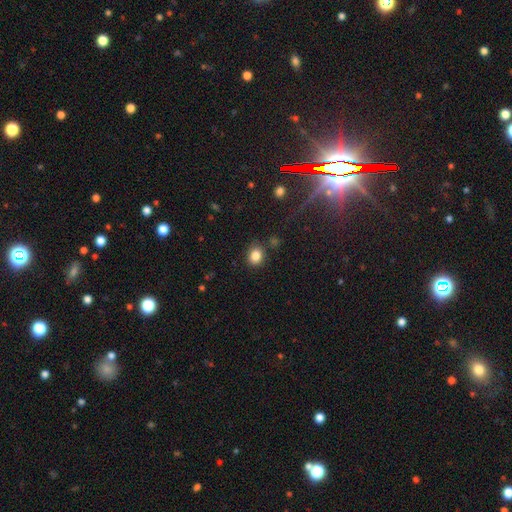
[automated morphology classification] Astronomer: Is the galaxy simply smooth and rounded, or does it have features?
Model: smooth — 84%.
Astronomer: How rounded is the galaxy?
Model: round — 63%.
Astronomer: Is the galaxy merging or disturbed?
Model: none — 82%.